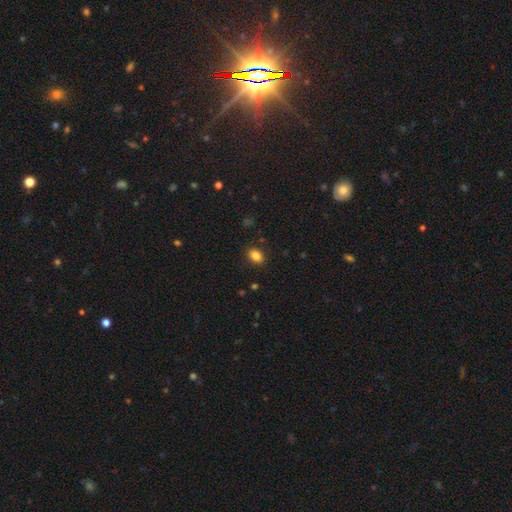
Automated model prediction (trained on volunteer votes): smooth-or-featured: smooth: 85% | star or artifact: 10% | featured or disk: 5%
  how-rounded: in between: 76% | round: 23% | cigar-shaped: 1%
  merging: none: 88% | minor disturbance: 9% | major disturbance: 2% | merger: 1%